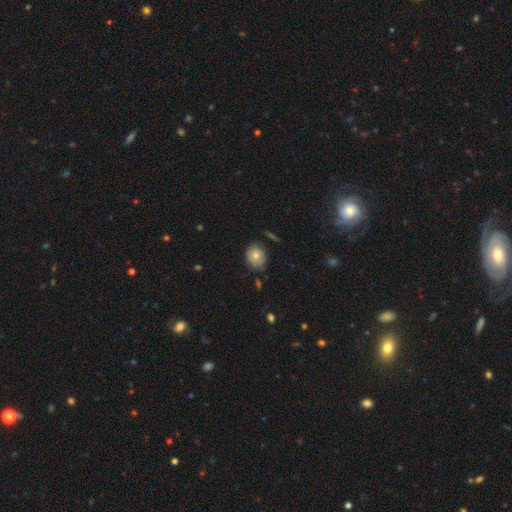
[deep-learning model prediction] Q: Smooth or featured?
A: smooth (71%); runner-up: featured or disk (20%)
Q: How rounded?
A: round (65%); runner-up: in between (34%)
Q: Merging?
A: none (69%); runner-up: minor disturbance (24%)